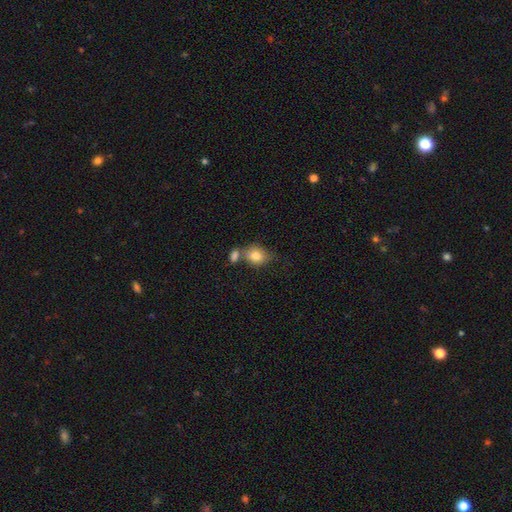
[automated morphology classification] Smooth or featured? Predicted: smooth (p=0.81). How rounded? Predicted: round (p=0.56). Merging? Predicted: none (p=0.45).